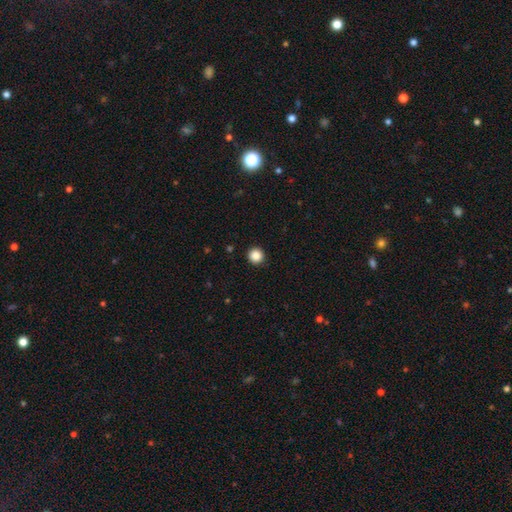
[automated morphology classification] This appears to be a smooth galaxy with no disk features (87%) that is round (96%). Merging: none (93%).